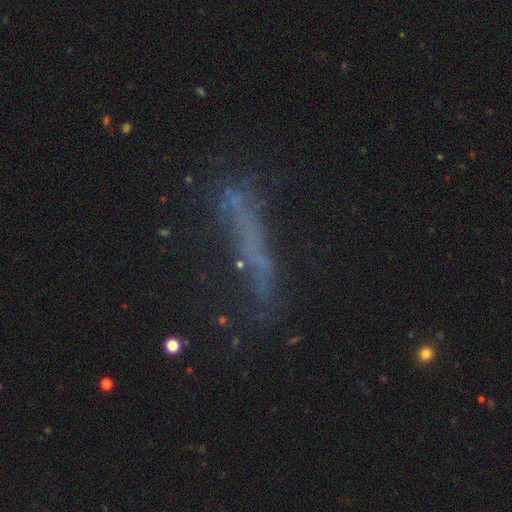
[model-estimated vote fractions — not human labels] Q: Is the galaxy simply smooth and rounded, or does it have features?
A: featured or disk — 42%.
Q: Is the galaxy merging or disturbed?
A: none — 58%.